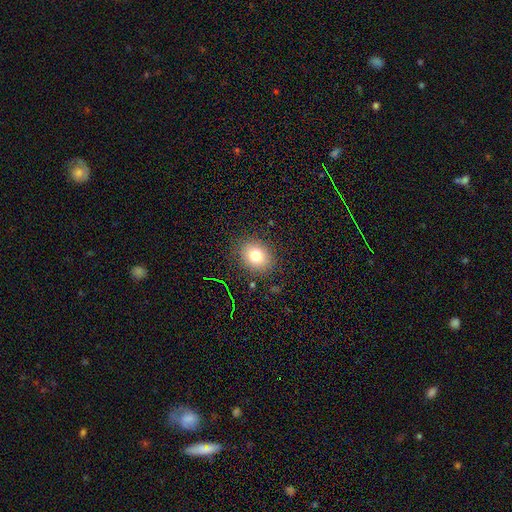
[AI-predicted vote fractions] Smooth or featured: smooth — 77% (star or artifact — 12%)
How rounded: round — 55% (in between — 45%)
Merging: none — 85% (minor disturbance — 10%)